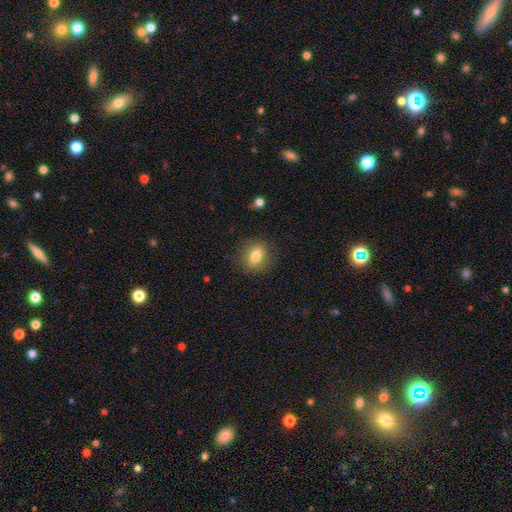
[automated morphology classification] Smooth or featured? smooth (78%)
How rounded? round (49%, tied with in between)
Merging? none (85%)